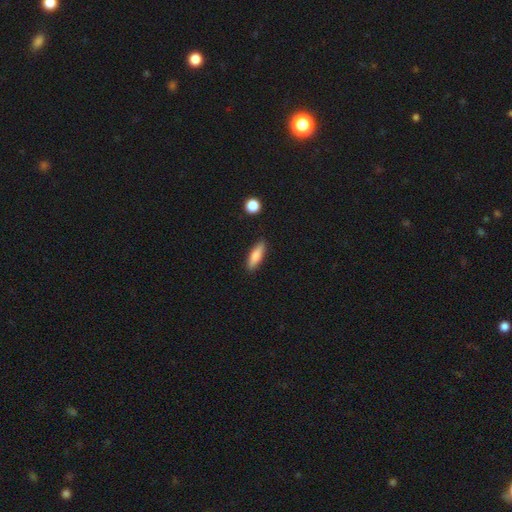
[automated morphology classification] smooth 78%, featured or disk 16%, star or artifact 7%. Down the decision tree: how rounded — cigar-shaped (53%); merging — none (87%).